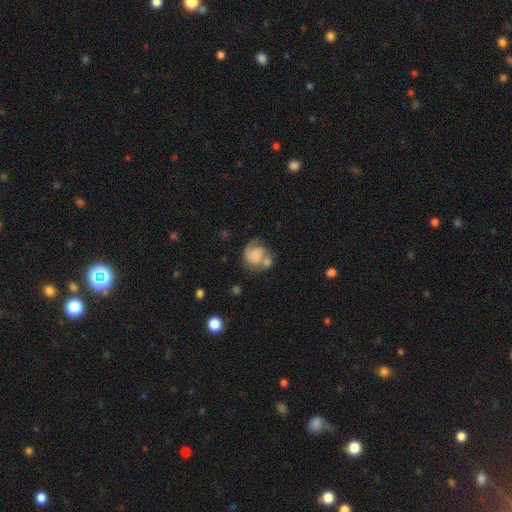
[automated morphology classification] smooth_or_featured: featured or disk (p=0.48) [alt: smooth p=0.44]
merging: none (p=0.35) [alt: merger p=0.32]